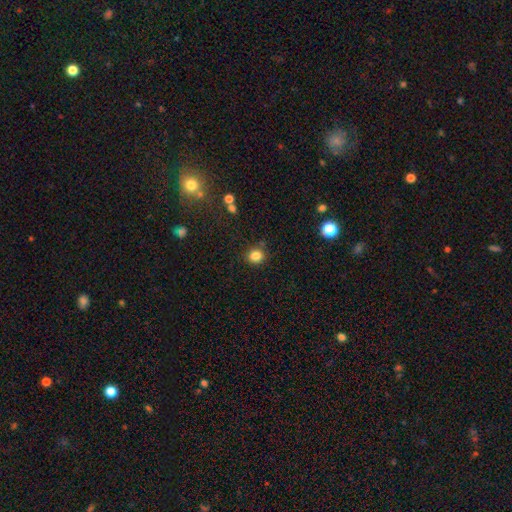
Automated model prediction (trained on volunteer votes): Q: Smooth or featured?
A: smooth (83%); runner-up: star or artifact (12%)
Q: How rounded?
A: round (82%); runner-up: in between (17%)
Q: Merging?
A: none (85%); runner-up: minor disturbance (9%)